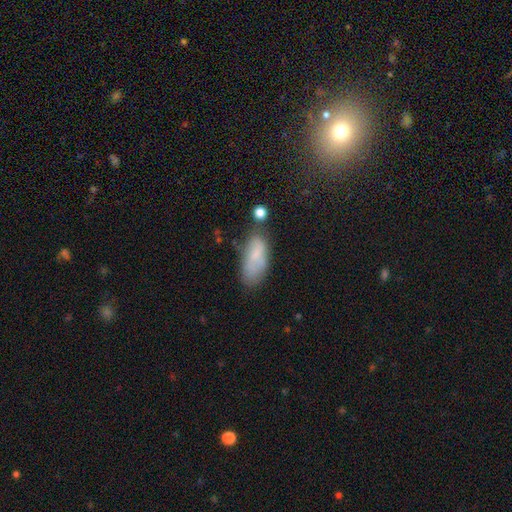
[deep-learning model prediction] Smooth or featured?
  - smooth: 71% *
  - featured or disk: 20%
  - star or artifact: 9%
How rounded?
  - in between: 83% *
  - cigar-shaped: 14%
  - round: 3%
Merging?
  - none: 48% *
  - minor disturbance: 29%
  - major disturbance: 12%
  - merger: 10%